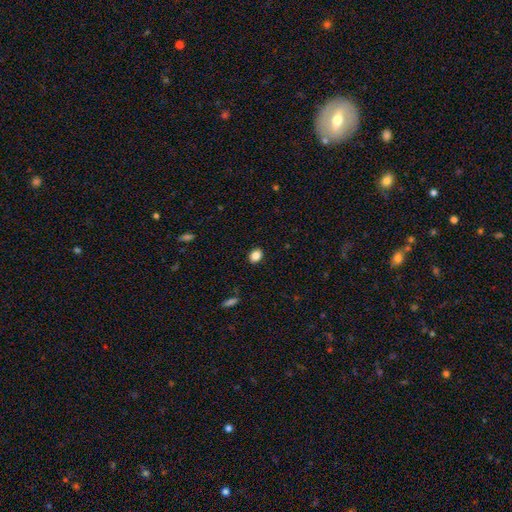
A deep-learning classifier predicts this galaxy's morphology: type=smooth (86%); roundness=in between (50%); merging=none (90%).